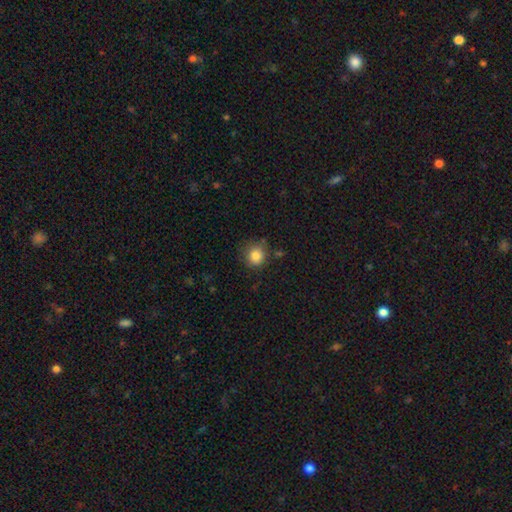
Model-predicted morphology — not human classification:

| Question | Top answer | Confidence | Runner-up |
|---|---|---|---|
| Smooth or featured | smooth | 84% | star or artifact (10%) |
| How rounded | round | 88% | in between (11%) |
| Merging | none | 77% | minor disturbance (15%) |